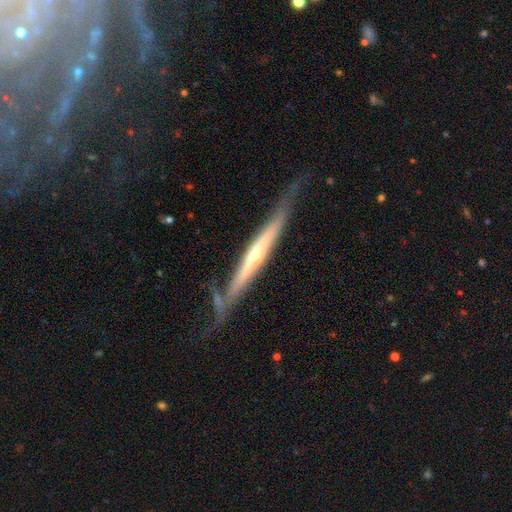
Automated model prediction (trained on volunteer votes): smooth-or-featured: featured or disk: 75% | smooth: 20% | star or artifact: 6%
  disk-edge-on: yes: 88% | no: 12%
    edge-on-bulge: rounded: 66% | none: 29% | boxy: 6%
  merging: none: 61% | minor disturbance: 24% | major disturbance: 11% | merger: 5%